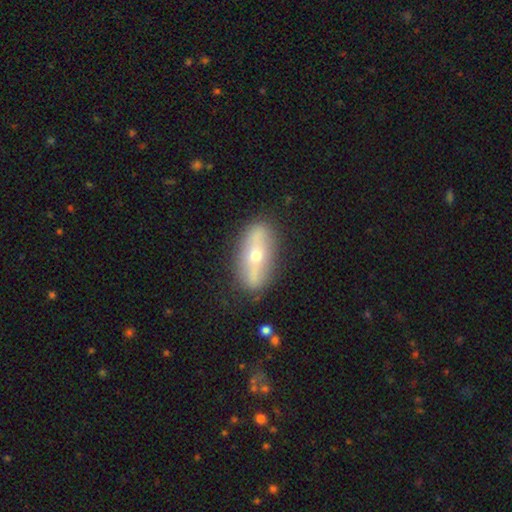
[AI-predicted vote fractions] A featured or disk galaxy (60%) viewed edge-on (53%). Merging: none (83%).